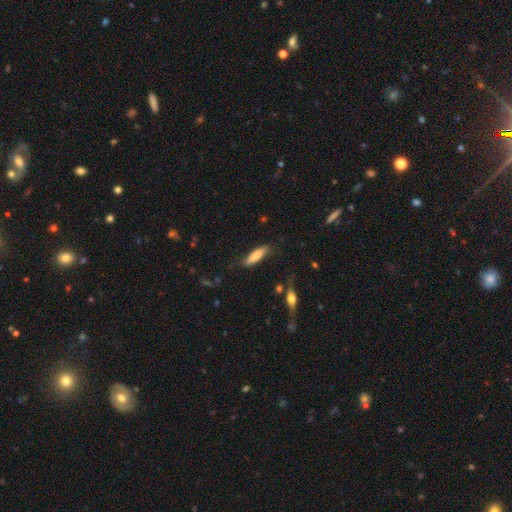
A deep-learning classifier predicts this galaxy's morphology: This is likely a smooth galaxy (78%). How rounded: possibly cigar-shaped (58%). Merging: likely none (72%).